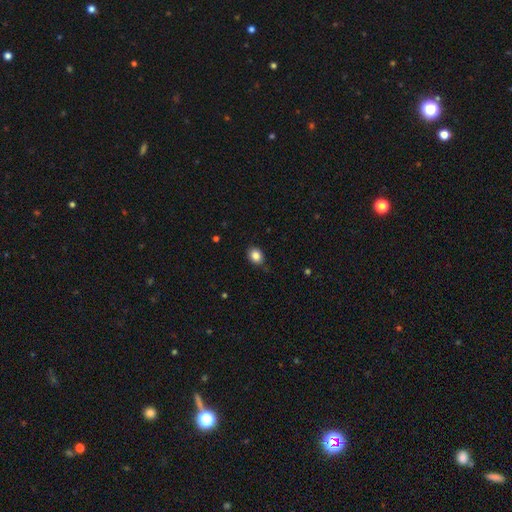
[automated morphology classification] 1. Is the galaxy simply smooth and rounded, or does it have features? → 85% smooth, 10% star or artifact, 5% featured or disk.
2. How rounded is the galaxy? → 55% in between, 44% round, 1% cigar-shaped.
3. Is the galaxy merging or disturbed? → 80% none, 16% minor disturbance, 3% major disturbance, 1% merger.